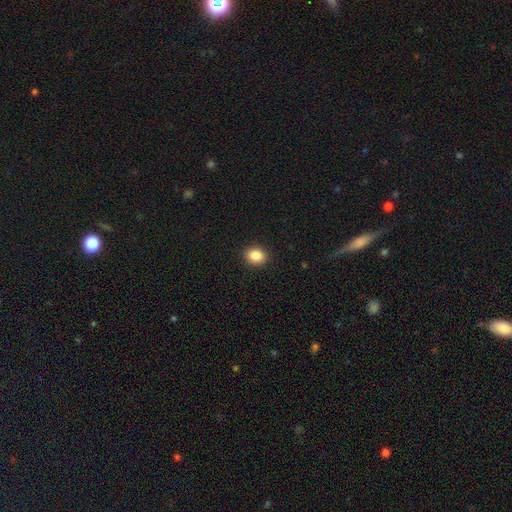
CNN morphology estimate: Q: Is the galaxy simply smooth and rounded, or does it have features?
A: smooth — 86%.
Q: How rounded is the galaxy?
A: in between — 51%.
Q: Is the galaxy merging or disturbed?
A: none — 91%.